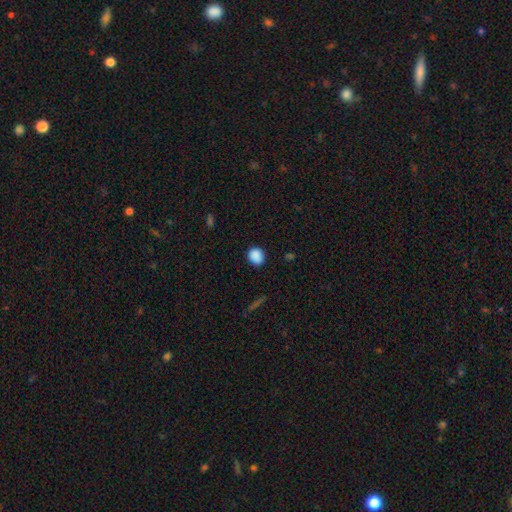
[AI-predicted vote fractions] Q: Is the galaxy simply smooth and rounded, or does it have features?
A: smooth — 88%.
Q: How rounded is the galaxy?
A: round — 73%.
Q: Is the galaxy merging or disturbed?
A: none — 84%.